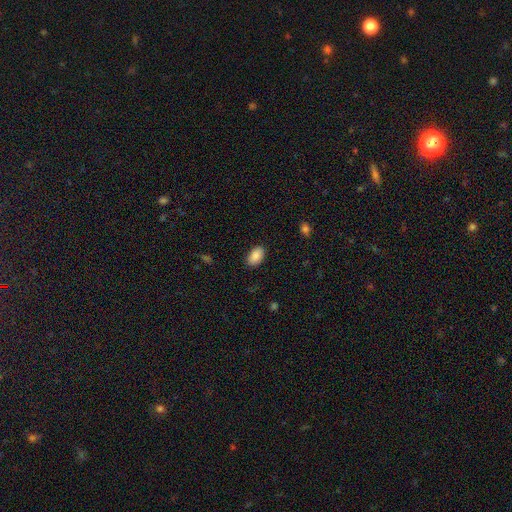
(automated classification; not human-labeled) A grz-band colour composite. It shows a smooth galaxy with no disk features (89%) that is in between round and cigar-shaped (93%). Merging: none (87%).